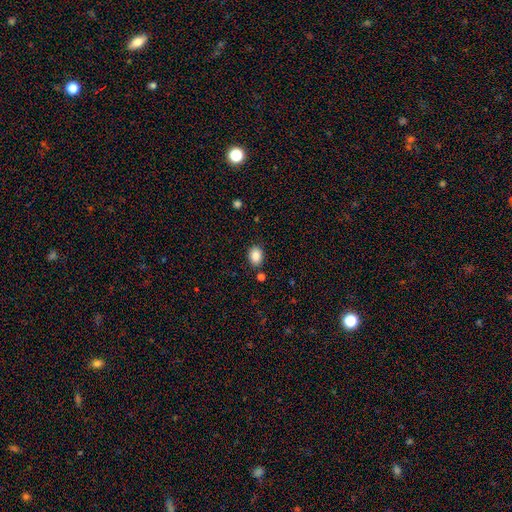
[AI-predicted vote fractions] Smooth or featured? Predicted: smooth (p=0.87). How rounded? Predicted: in between (p=0.66). Merging? Predicted: none (p=0.82).